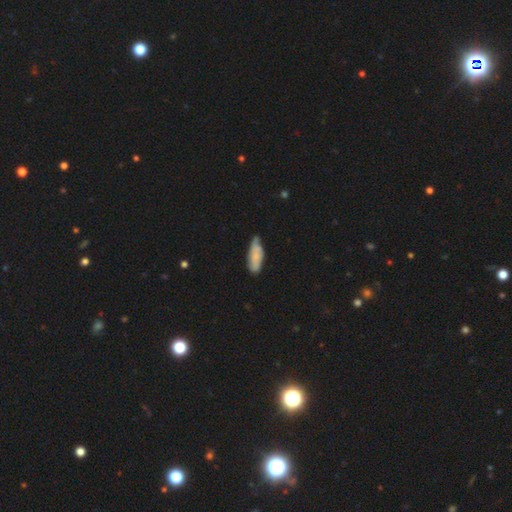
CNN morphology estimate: Smooth or featured?
  - smooth: 70% *
  - featured or disk: 24%
  - star or artifact: 6%
How rounded?
  - in between: 65% *
  - cigar-shaped: 33%
  - round: 2%
Merging?
  - none: 54% *
  - minor disturbance: 36%
  - major disturbance: 7%
  - merger: 3%